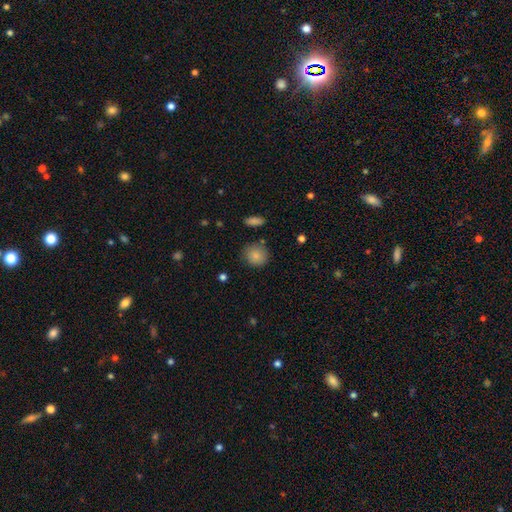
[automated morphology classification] Smooth or featured? Predicted: smooth (p=0.86). How rounded? Predicted: round (p=0.86). Merging? Predicted: none (p=0.82).